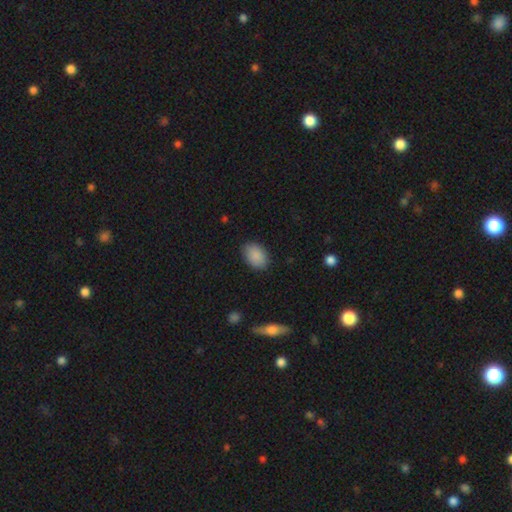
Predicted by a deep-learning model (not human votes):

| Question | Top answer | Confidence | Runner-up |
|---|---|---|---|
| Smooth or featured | smooth | 89% | star or artifact (7%) |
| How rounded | in between | 83% | round (16%) |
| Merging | none | 85% | minor disturbance (11%) |